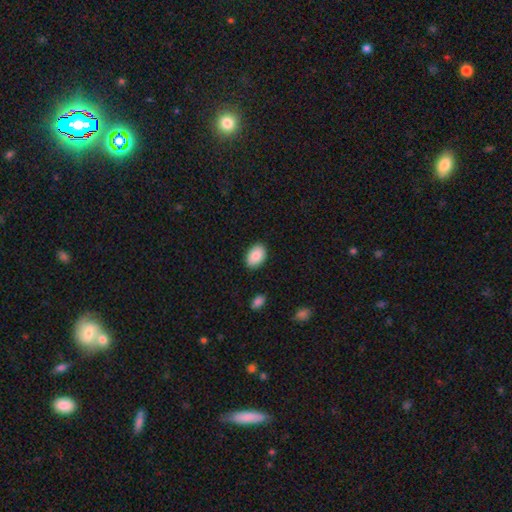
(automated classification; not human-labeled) The model was most divided on "how rounded": in between: 88%, round: 11%, cigar-shaped: 1%. More confident: smooth or featured — smooth (89%); merging — none (88%).